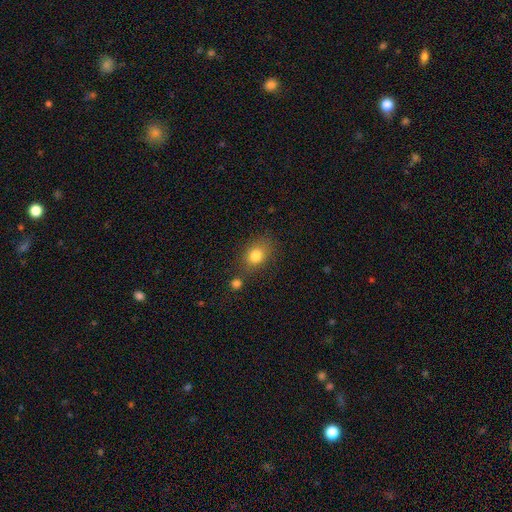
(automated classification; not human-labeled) Smooth or featured? Predicted: smooth (p=0.81). How rounded? Predicted: in between (p=0.58). Merging? Predicted: none (p=0.69).